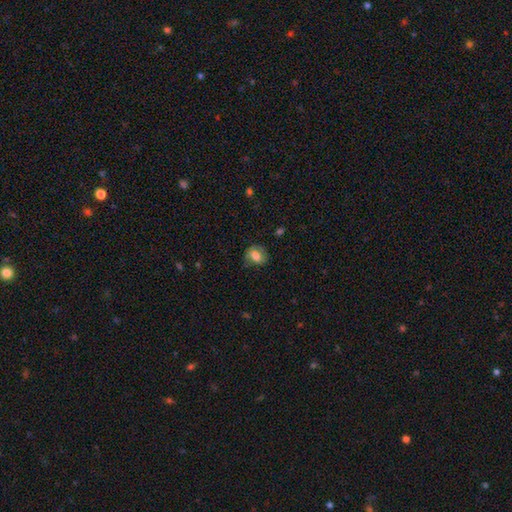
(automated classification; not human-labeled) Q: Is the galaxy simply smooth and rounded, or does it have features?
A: smooth — 72%.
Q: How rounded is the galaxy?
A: in between — 52%.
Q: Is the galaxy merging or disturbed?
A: none — 61%.